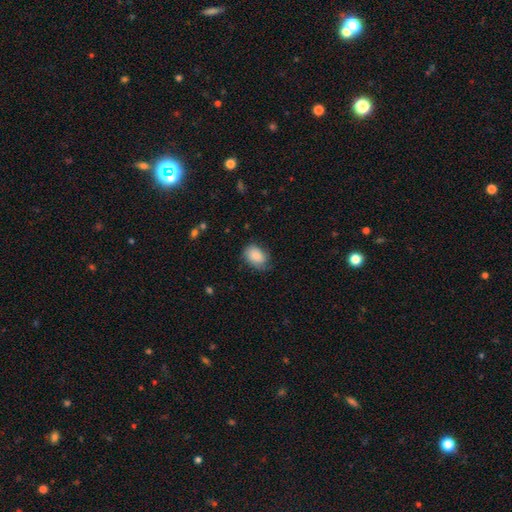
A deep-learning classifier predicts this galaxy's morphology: Q: Smooth or featured?
A: smooth (84%); runner-up: featured or disk (10%)
Q: How rounded?
A: in between (82%); runner-up: round (17%)
Q: Merging?
A: none (66%); runner-up: minor disturbance (26%)